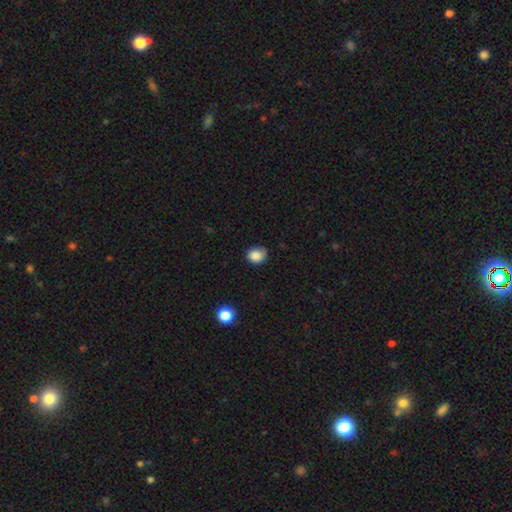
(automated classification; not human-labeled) Smooth or featured? Predicted: smooth (p=0.86). How rounded? Predicted: round (p=0.67). Merging? Predicted: none (p=0.68).